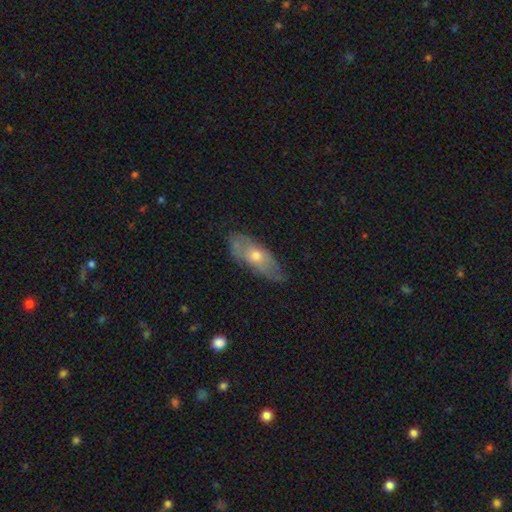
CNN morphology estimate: type=featured or disk (54%); edge-on=no (68%); merging=none (73%).